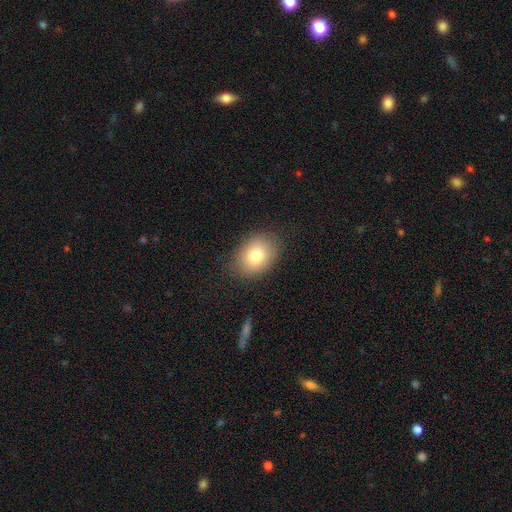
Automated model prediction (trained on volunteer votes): A smooth galaxy with no disk features (78%) that is in between round and cigar-shaped (63%). Merging: none (84%).